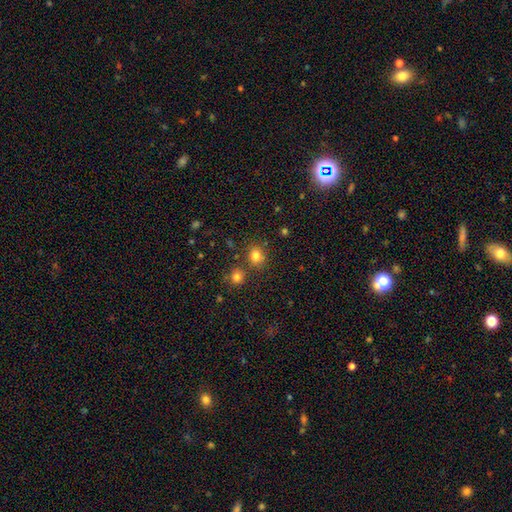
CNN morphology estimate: smooth-or-featured: smooth: 79% | star or artifact: 15% | featured or disk: 6%
  how-rounded: round: 74% | in between: 25% | cigar-shaped: 1%
  merging: none: 77% | merger: 11% | minor disturbance: 10% | major disturbance: 3%